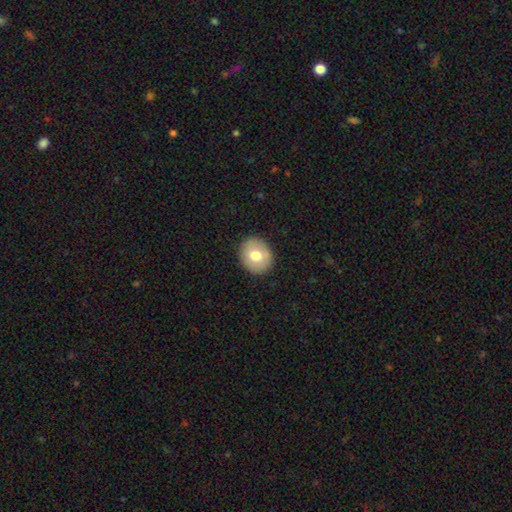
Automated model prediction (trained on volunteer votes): Smooth or featured?
  - smooth: 71% *
  - featured or disk: 21%
  - star or artifact: 8%
How rounded?
  - round: 74% *
  - in between: 26%
  - cigar-shaped: 1%
Merging?
  - none: 90% *
  - minor disturbance: 7%
  - major disturbance: 2%
  - merger: 1%